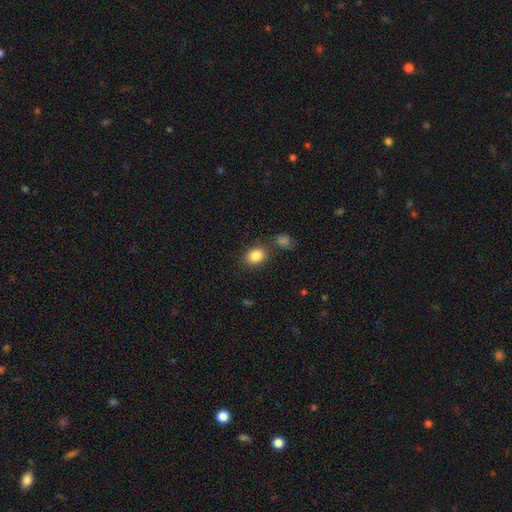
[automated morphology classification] smooth_or_featured: smooth (p=0.86) [alt: star or artifact p=0.09]
how_rounded: in between (p=0.57) [alt: round p=0.42]
merging: none (p=0.75) [alt: minor disturbance p=0.12]